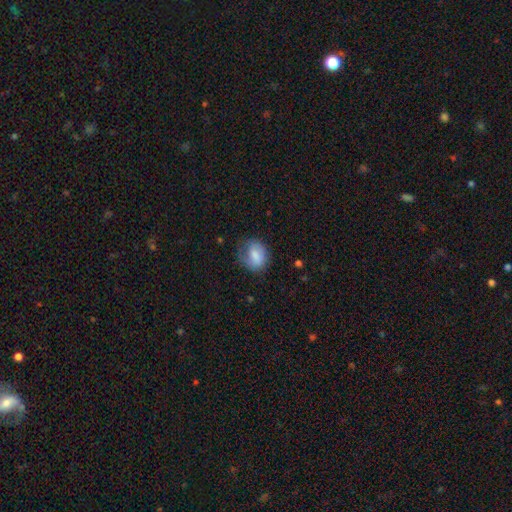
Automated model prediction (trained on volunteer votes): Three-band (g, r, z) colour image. It shows a smooth galaxy with no disk features (73%) that is round (51%). Merging: none (56%).